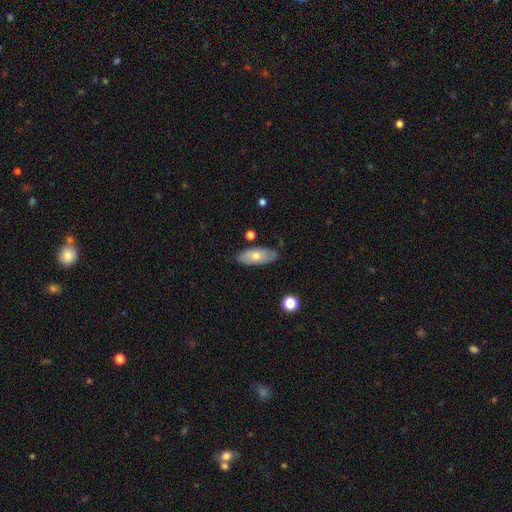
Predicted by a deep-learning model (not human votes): Q: Smooth or featured?
A: smooth (66%); runner-up: featured or disk (27%)
Q: How rounded?
A: in between (83%); runner-up: cigar-shaped (15%)
Q: Merging?
A: none (80%); runner-up: minor disturbance (14%)